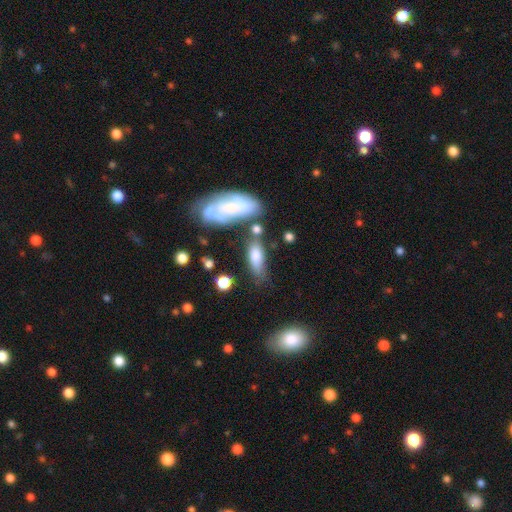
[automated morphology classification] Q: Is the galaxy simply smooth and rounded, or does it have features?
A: smooth — 67%.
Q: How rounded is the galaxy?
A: in between — 64%.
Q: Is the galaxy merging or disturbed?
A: none — 53%.